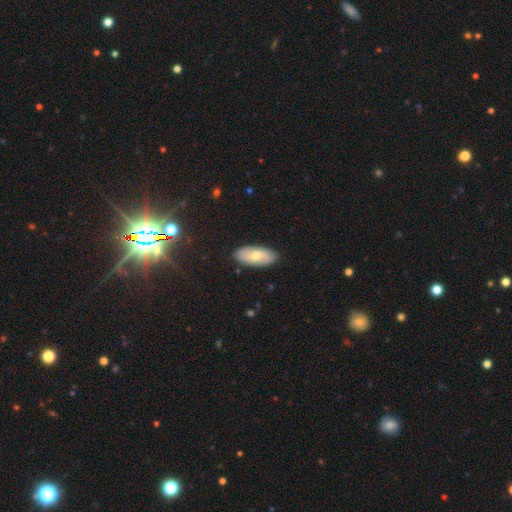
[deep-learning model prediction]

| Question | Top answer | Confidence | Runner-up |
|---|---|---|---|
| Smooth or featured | smooth | 61% | featured or disk (33%) |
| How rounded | in between | 89% | cigar-shaped (8%) |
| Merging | none | 88% | minor disturbance (9%) |